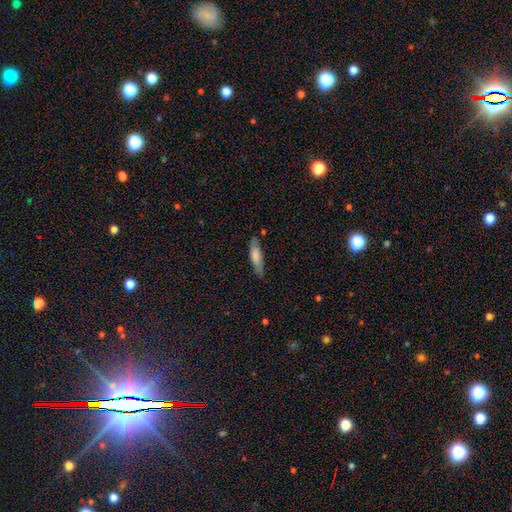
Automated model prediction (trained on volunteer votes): Overall: smooth (72%). How rounded: cigar-shaped (66%; in between 32%). Merging: none (78%).